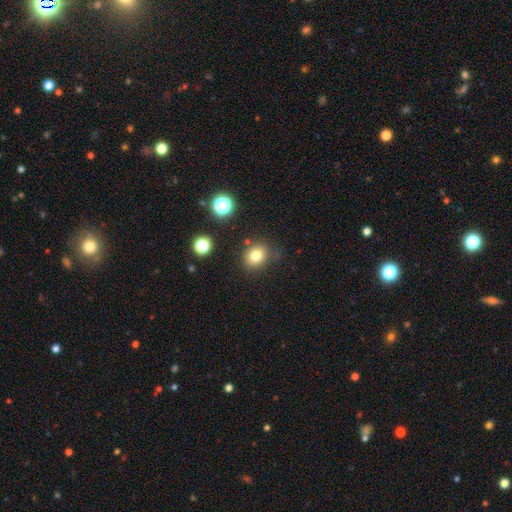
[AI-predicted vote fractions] Smooth or featured?
  - smooth: 79% *
  - star or artifact: 13%
  - featured or disk: 8%
How rounded?
  - round: 54% *
  - in between: 45%
  - cigar-shaped: 1%
Merging?
  - none: 77% *
  - minor disturbance: 15%
  - major disturbance: 4%
  - merger: 4%